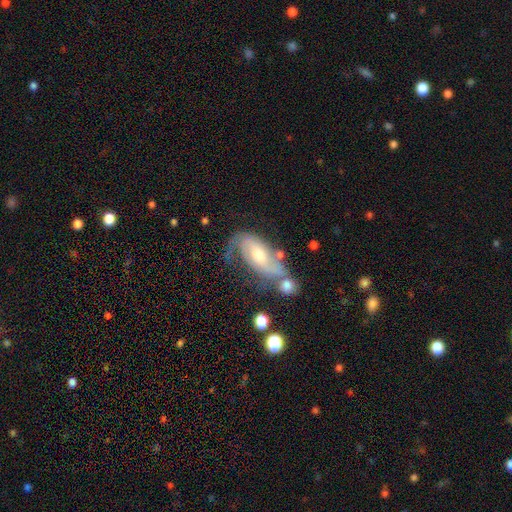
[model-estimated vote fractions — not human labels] Overall: featured or disk (74%). Edge-on disk: no (92%). Bar: no (54%; weak 33%). Spiral arms: yes (88%). Spiral arm count: 2 (68%). Spiral winding: medium (42%; tight 30%). Bulge size: moderate (56%; small 37%). Merging: none (48%; minor disturbance 19%).